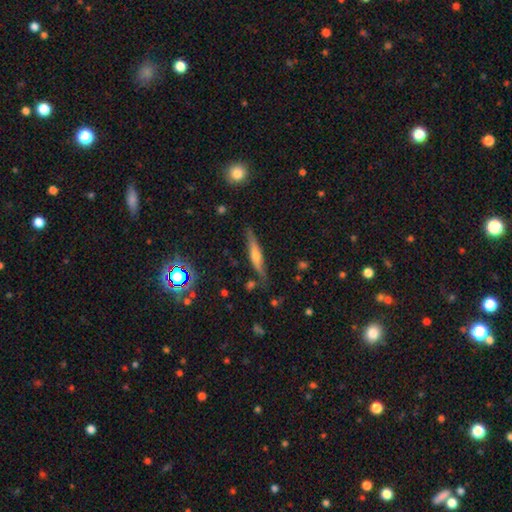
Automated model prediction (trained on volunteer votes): Smooth or featured? Predicted: featured or disk (p=0.57). Edge-on disk? Predicted: yes (p=0.91). Edge-on bulge? Predicted: rounded (p=0.79). Merging? Predicted: none (p=0.81).